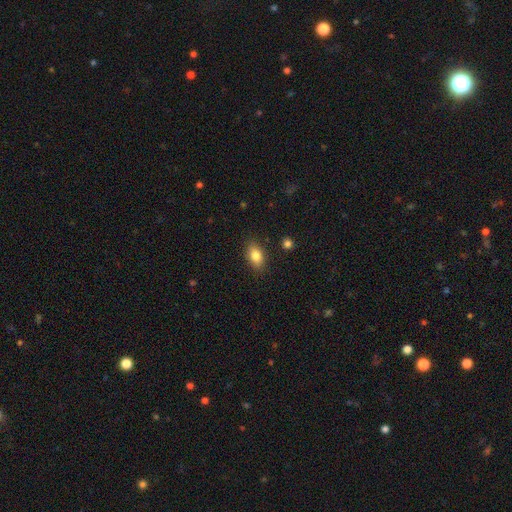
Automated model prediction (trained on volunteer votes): This is clearly a smooth galaxy (84%). How rounded: clearly in between (88%). Merging: clearly none (86%).